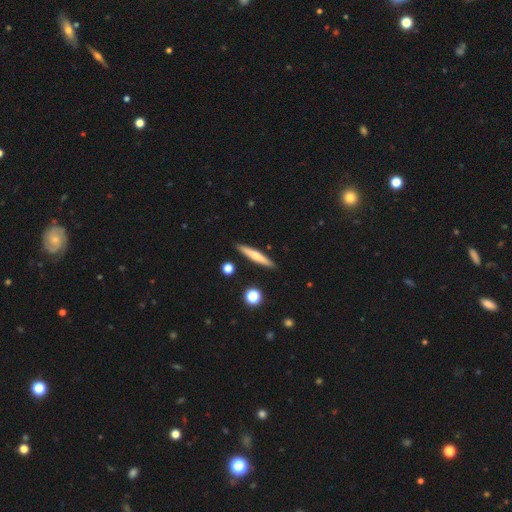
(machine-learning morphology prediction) Q: Smooth or featured?
A: smooth (52%); runner-up: featured or disk (41%)
Q: How rounded?
A: cigar-shaped (92%); runner-up: in between (6%)
Q: Merging?
A: none (89%); runner-up: minor disturbance (7%)